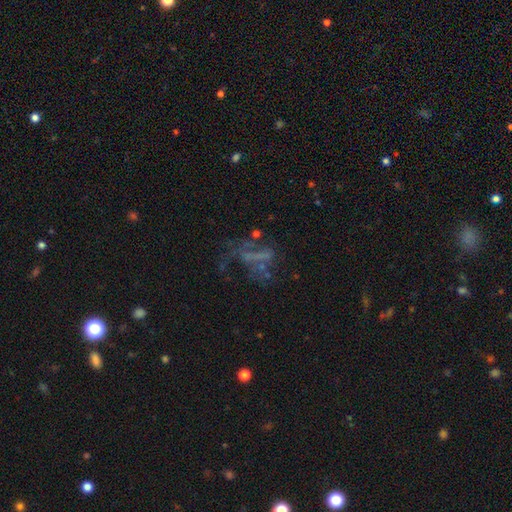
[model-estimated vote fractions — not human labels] Q: Smooth or featured?
A: featured or disk (43%); runner-up: star or artifact (32%)
Q: Merging?
A: major disturbance (40%); runner-up: none (37%)